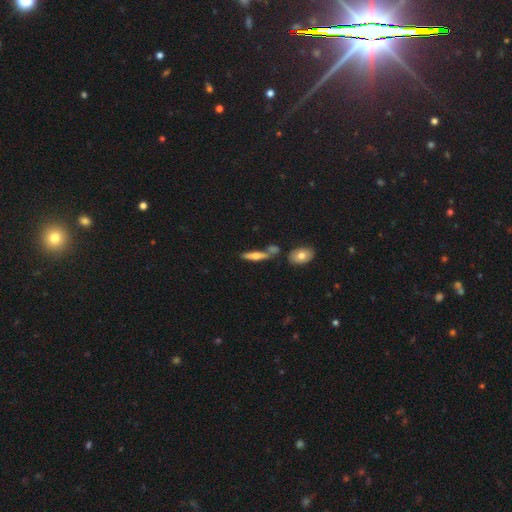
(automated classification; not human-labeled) Smooth or featured? Predicted: smooth (p=0.50). Merging? Predicted: none (p=0.61).